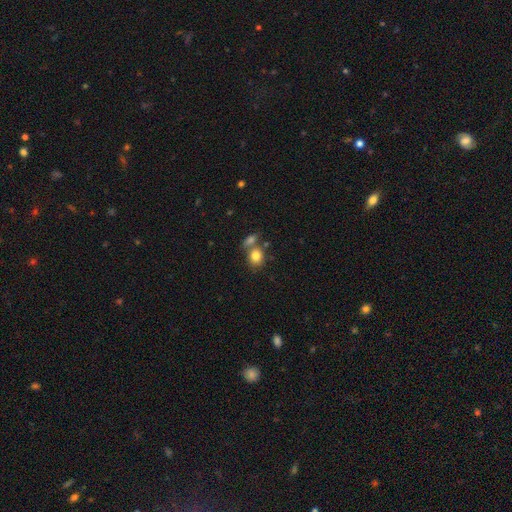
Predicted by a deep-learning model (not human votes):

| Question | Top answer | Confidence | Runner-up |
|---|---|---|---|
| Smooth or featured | smooth | 82% | star or artifact (10%) |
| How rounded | round | 63% | in between (36%) |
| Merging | none | 50% | merger (34%) |